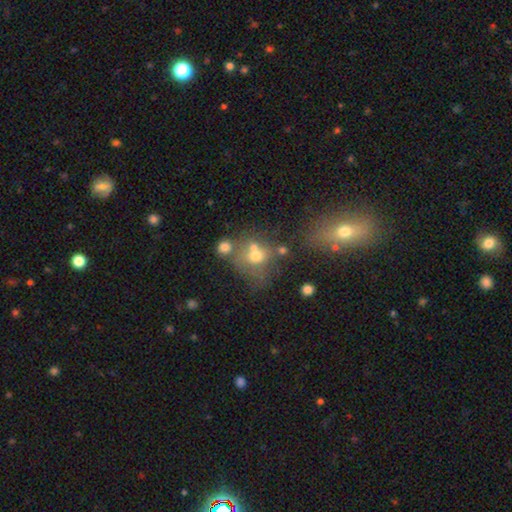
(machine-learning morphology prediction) Smooth or featured: smooth — 59% (featured or disk — 22%)
How rounded: round — 66% (in between — 33%)
Merging: merger — 38% (none — 36%)